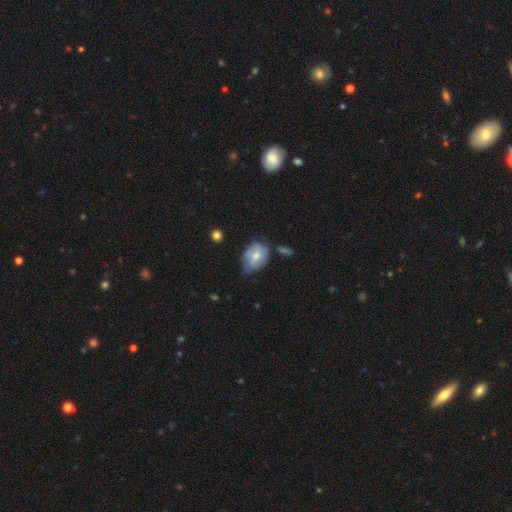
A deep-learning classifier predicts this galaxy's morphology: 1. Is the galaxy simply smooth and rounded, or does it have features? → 68% smooth, 24% featured or disk, 7% star or artifact.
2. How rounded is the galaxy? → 67% in between, 32% round, 1% cigar-shaped.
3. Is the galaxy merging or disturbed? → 44% none, 41% minor disturbance, 10% major disturbance, 5% merger.